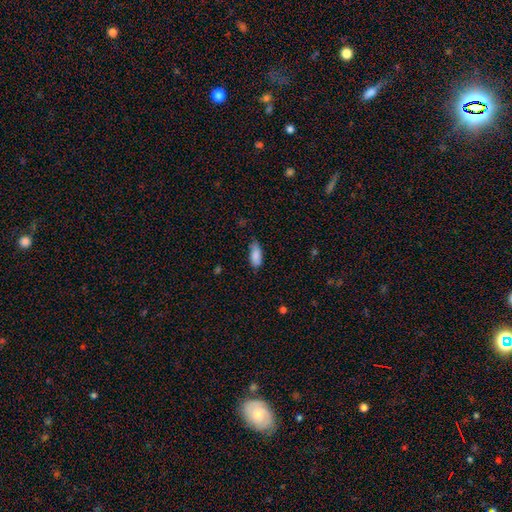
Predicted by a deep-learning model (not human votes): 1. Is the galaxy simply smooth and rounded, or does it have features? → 85% smooth, 8% featured or disk, 7% star or artifact.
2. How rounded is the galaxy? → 84% in between, 14% cigar-shaped, 2% round.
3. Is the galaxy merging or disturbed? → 57% none, 35% minor disturbance, 7% major disturbance, 2% merger.